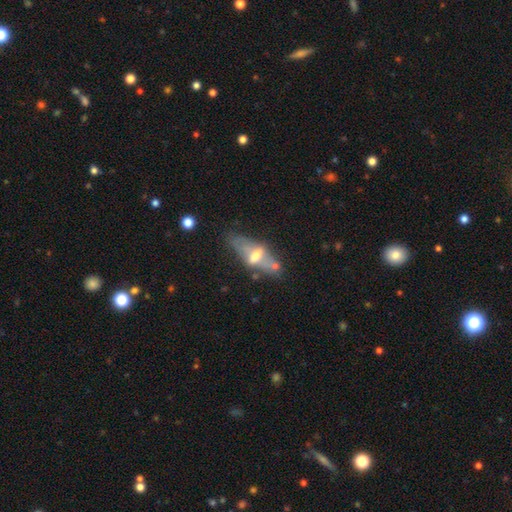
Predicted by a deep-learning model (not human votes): This is possibly a featured or disk galaxy (57%). It is possibly not viewed edge-on (55%). Merging: possibly none (46%).